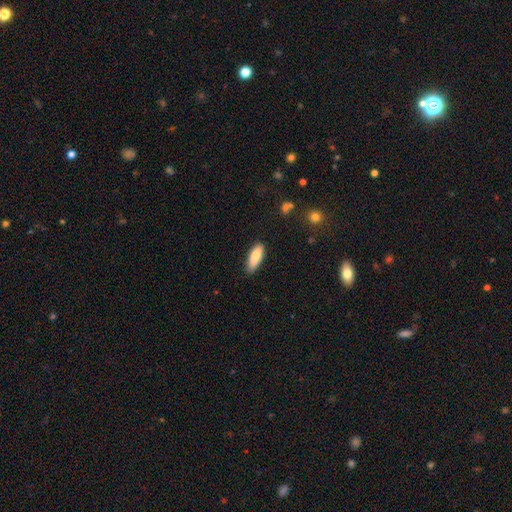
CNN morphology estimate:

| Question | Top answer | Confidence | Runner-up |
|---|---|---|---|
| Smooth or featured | smooth | 83% | featured or disk (10%) |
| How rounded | in between | 67% | cigar-shaped (31%) |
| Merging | none | 77% | minor disturbance (19%) |